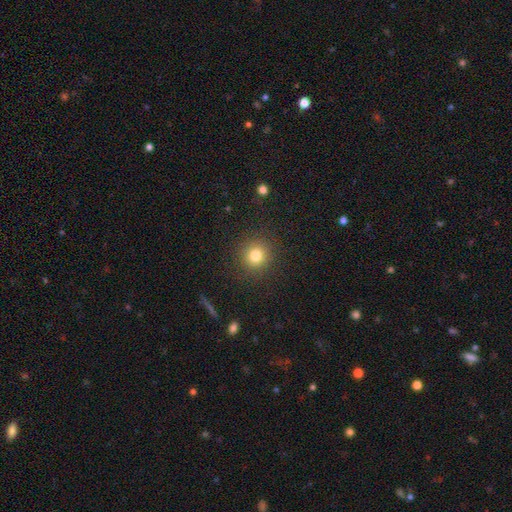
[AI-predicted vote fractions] Overall: smooth (80%). How rounded: round (91%). Merging: none (90%).